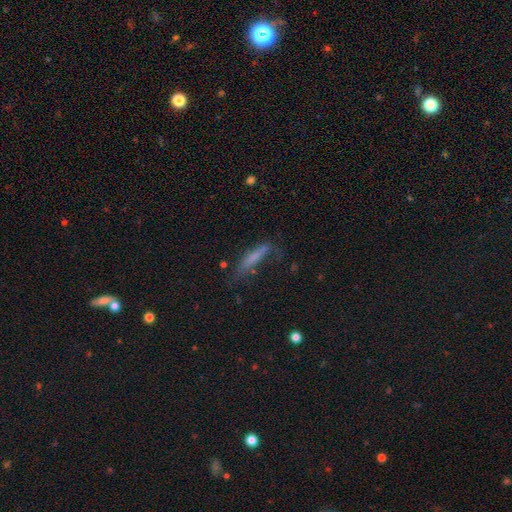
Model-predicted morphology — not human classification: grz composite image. It shows a smooth galaxy with no disk features (64%) that is cigar-shaped (84%). Merging: none (52%).